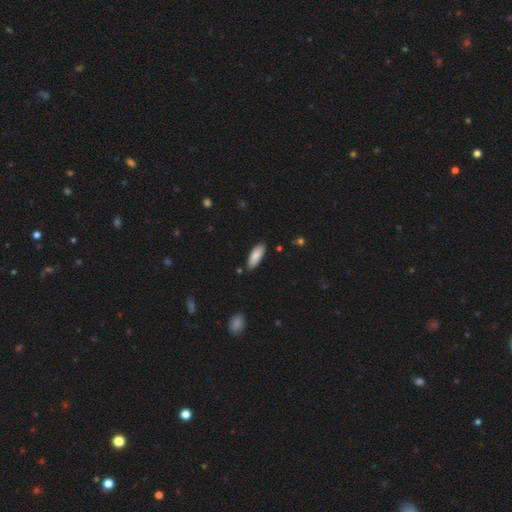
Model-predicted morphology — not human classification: Smooth or featured: smooth — 83% (featured or disk — 11%)
How rounded: in between — 70% (cigar-shaped — 28%)
Merging: none — 83% (minor disturbance — 13%)